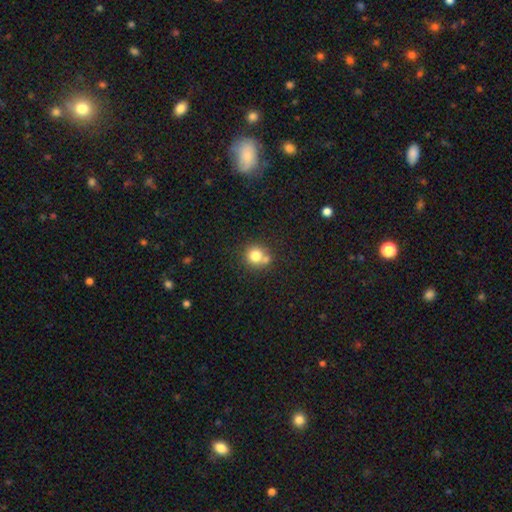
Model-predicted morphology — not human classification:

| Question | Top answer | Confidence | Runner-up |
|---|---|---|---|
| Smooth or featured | smooth | 78% | star or artifact (12%) |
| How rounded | round | 89% | in between (10%) |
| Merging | none | 56% | merger (31%) |